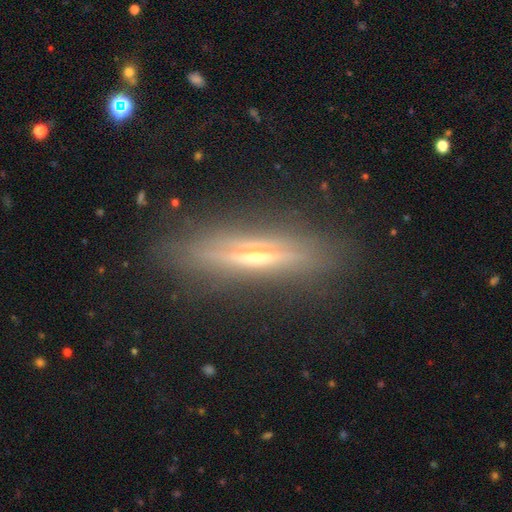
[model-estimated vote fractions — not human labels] Q: Smooth or featured?
A: featured or disk (74%); runner-up: smooth (18%)
Q: Edge-on disk?
A: yes (93%); runner-up: no (7%)
Q: Edge-on bulge?
A: rounded (68%); runner-up: none (25%)
Q: Merging?
A: none (85%); runner-up: minor disturbance (10%)